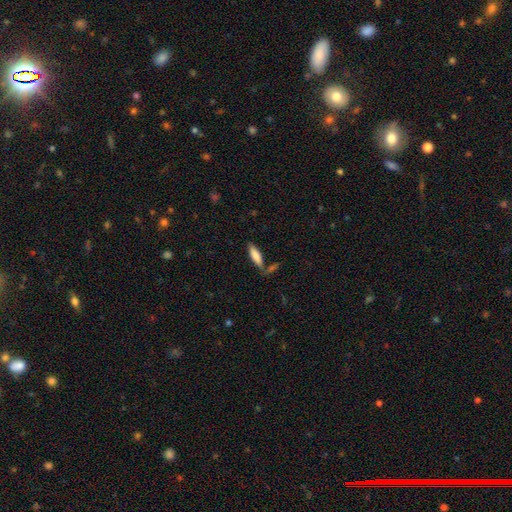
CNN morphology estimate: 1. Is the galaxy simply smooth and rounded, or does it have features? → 78% smooth, 16% featured or disk, 6% star or artifact.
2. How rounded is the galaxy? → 59% cigar-shaped, 40% in between, 2% round.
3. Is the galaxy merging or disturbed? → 70% none, 16% minor disturbance, 11% merger, 4% major disturbance.